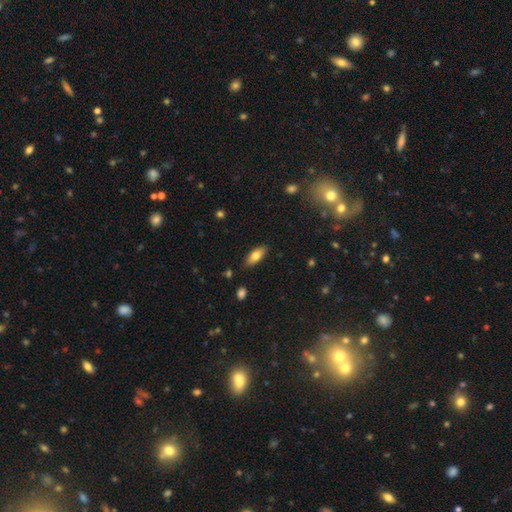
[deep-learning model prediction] The model was most divided on "smooth or featured": smooth: 74%, featured or disk: 19%, star or artifact: 7%. More confident: merging — none (85%); how rounded — in between (78%).